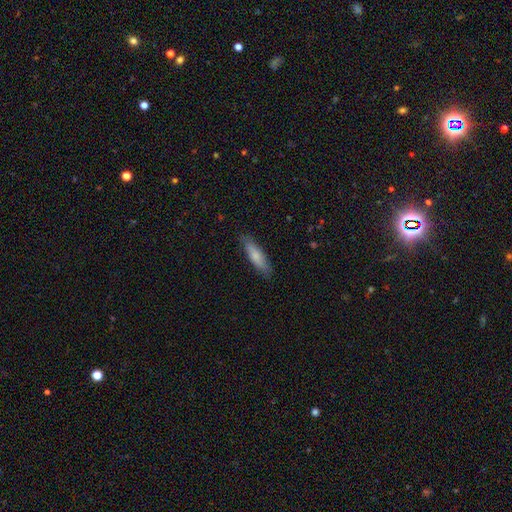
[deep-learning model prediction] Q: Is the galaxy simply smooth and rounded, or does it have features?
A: smooth — 74%.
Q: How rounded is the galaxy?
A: cigar-shaped — 72%.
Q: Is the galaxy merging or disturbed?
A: none — 84%.